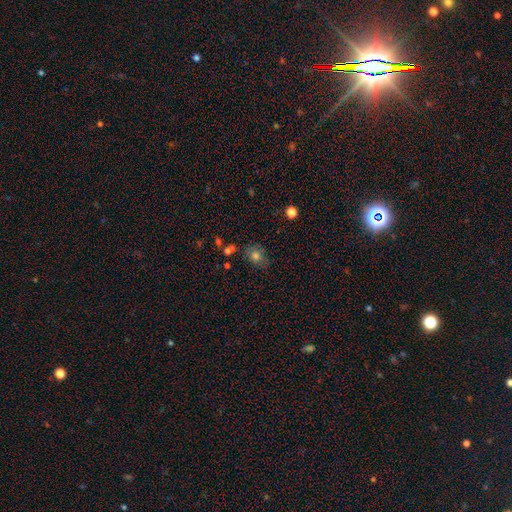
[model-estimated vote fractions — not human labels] smooth_or_featured: smooth (p=0.75) [alt: star or artifact p=0.14]
how_rounded: in between (p=0.54) [alt: round p=0.45]
merging: none (p=0.67) [alt: minor disturbance p=0.21]